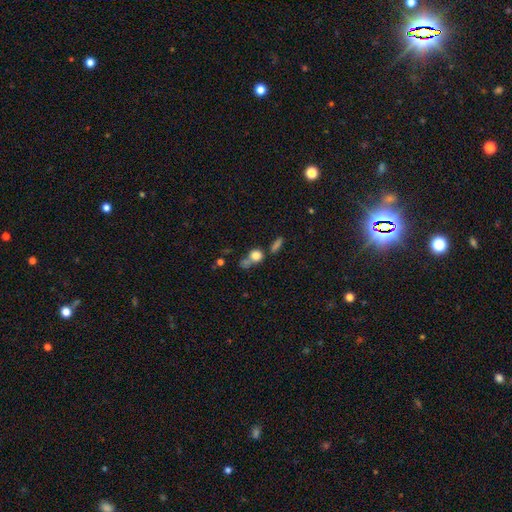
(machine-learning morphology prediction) This appears to be a smooth galaxy with no disk features (76%) that is round (68%). Merging: none (39%).